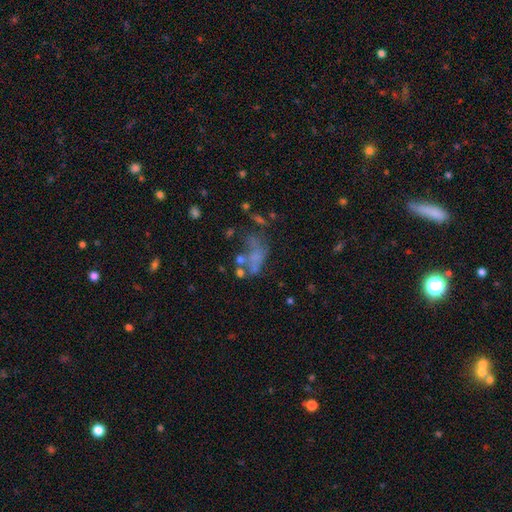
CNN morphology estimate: smooth_or_featured: featured or disk (p=0.42) [alt: smooth p=0.38]
merging: major disturbance (p=0.34) [alt: none p=0.27]